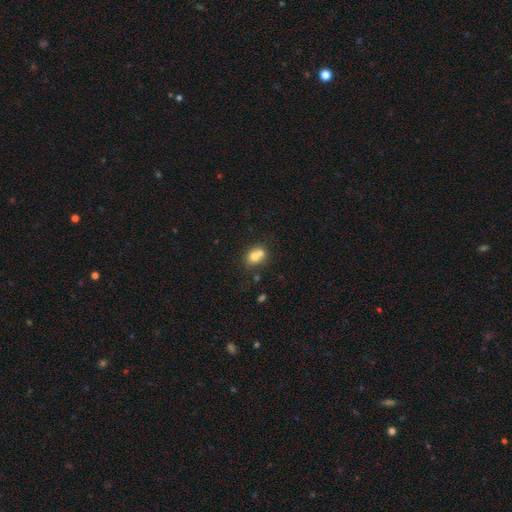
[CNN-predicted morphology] This is likely a smooth galaxy (71%). How rounded: possibly round (55%). Merging: possibly merger (53%).